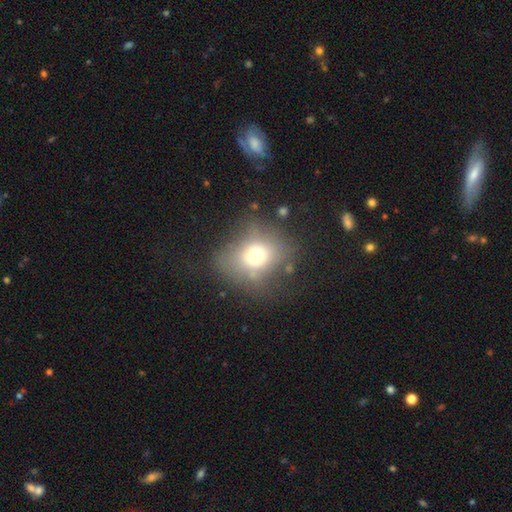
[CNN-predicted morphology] Smooth or featured: smooth — 64% (featured or disk — 19%)
How rounded: round — 67% (in between — 32%)
Merging: none — 60% (minor disturbance — 21%)